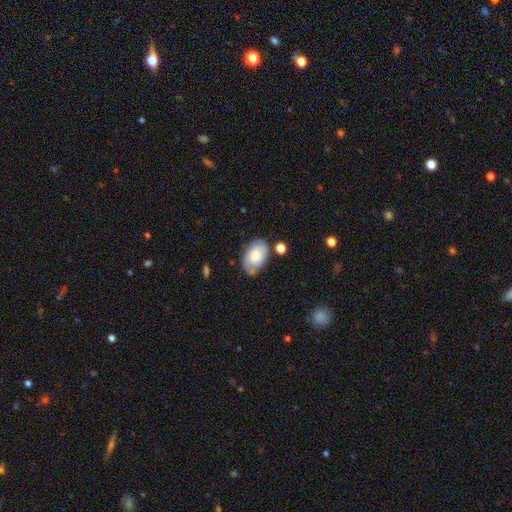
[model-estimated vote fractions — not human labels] smooth-or-featured: smooth: 65% | featured or disk: 28% | star or artifact: 7%
  how-rounded: in between: 91% | round: 8% | cigar-shaped: 1%
  merging: none: 66% | minor disturbance: 22% | merger: 7% | major disturbance: 6%